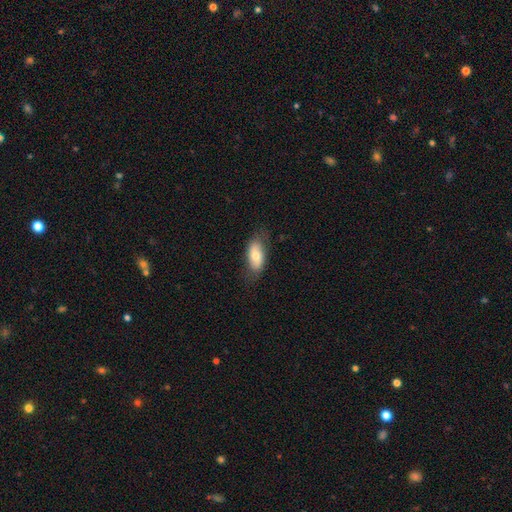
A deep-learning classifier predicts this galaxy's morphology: smooth_or_featured: smooth (p=0.70) [alt: featured or disk p=0.24]
how_rounded: in between (p=0.89) [alt: cigar-shaped p=0.07]
merging: none (p=0.72) [alt: minor disturbance p=0.21]